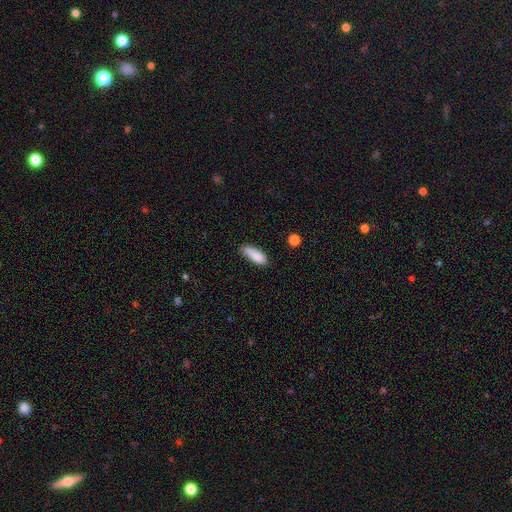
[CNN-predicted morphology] The model was most divided on "how rounded": in between: 60%, cigar-shaped: 38%, round: 2%. More confident: smooth or featured — smooth (85%); merging — none (63%).